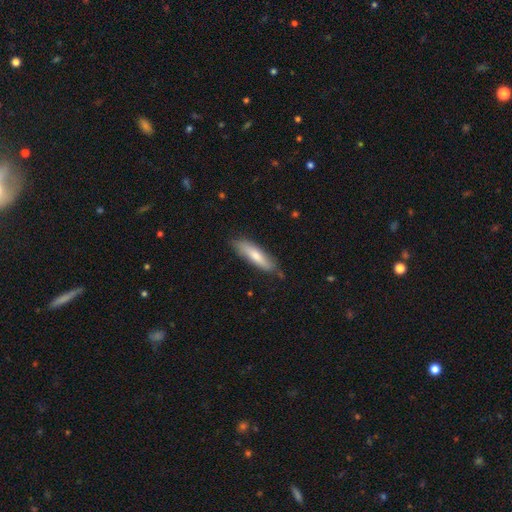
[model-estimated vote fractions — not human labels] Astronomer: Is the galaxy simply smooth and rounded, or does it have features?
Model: smooth — 68%.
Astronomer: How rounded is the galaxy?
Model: cigar-shaped — 71%.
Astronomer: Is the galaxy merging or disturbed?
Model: none — 80%.